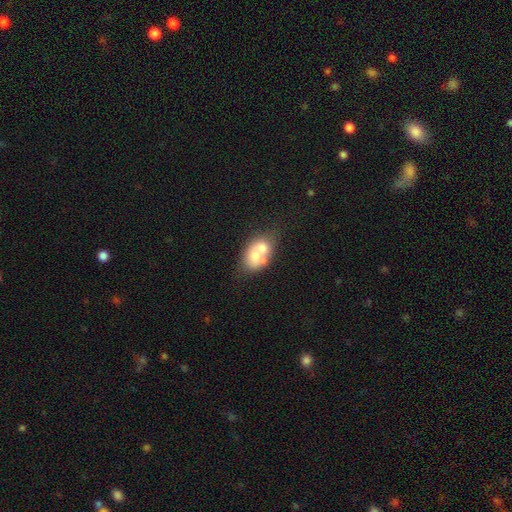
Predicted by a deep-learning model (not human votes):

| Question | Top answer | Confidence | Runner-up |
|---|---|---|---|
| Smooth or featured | smooth | 59% | featured or disk (32%) |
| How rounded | in between | 69% | round (29%) |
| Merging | merger | 64% | none (22%) |